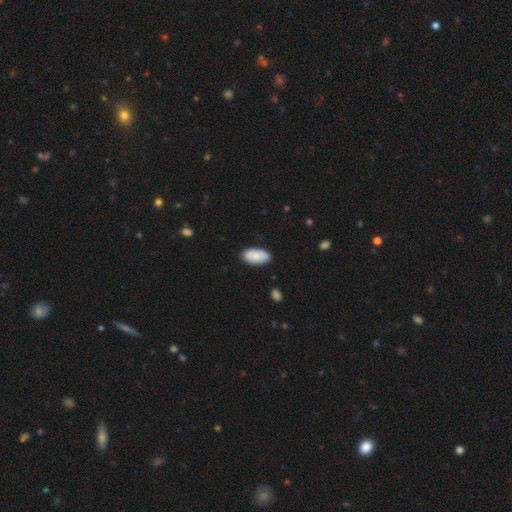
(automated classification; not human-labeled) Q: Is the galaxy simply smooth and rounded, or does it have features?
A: smooth — 83%.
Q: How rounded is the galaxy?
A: in between — 95%.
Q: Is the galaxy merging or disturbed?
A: none — 83%.